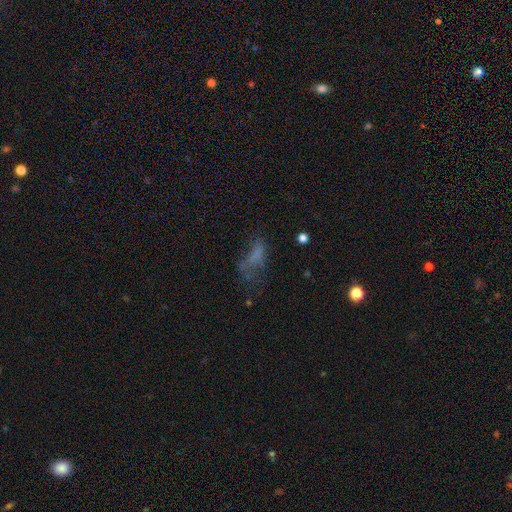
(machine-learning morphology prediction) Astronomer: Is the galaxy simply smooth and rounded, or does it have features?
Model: smooth — 46% (runner-up: featured or disk, 31%).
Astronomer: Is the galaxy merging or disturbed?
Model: major disturbance — 41% (runner-up: none, 32%).